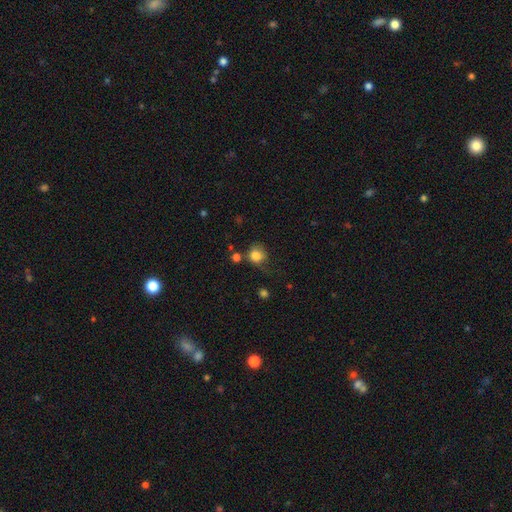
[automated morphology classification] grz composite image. It shows a smooth galaxy with no disk features (82%) that is round (80%). Merging: none (51%).